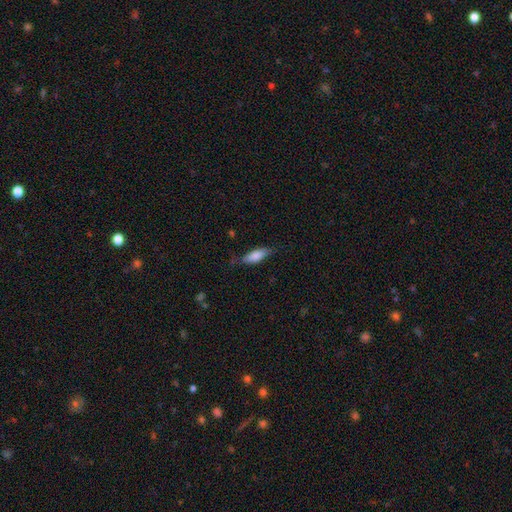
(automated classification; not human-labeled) Smooth or featured? smooth (80%)
How rounded? in between (63%)
Merging? none (71%)